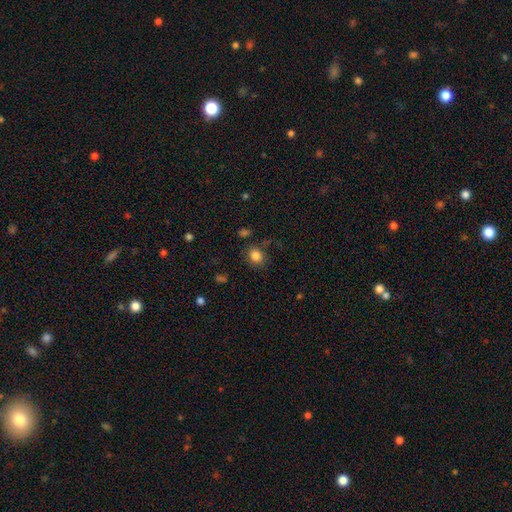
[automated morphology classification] type=smooth (83%); roundness=round (60%); merging=none (75%).